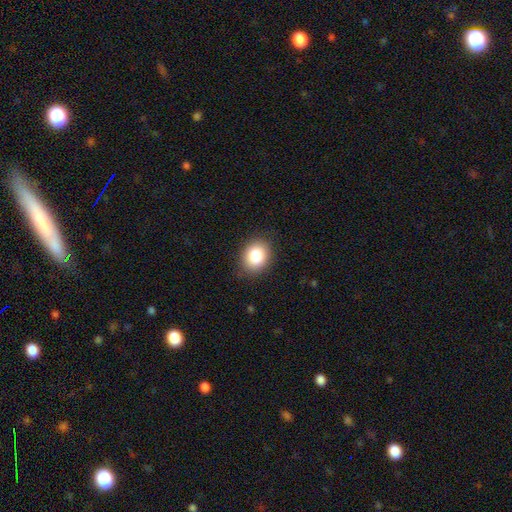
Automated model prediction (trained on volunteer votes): Smooth or featured: smooth — 84% (star or artifact — 10%)
How rounded: round — 54% (in between — 45%)
Merging: none — 88% (minor disturbance — 9%)